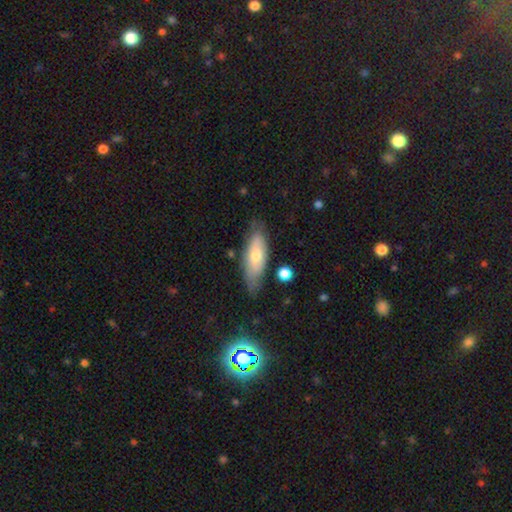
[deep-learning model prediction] Smooth or featured? smooth (63%)
How rounded? in between (66%)
Merging? none (71%)